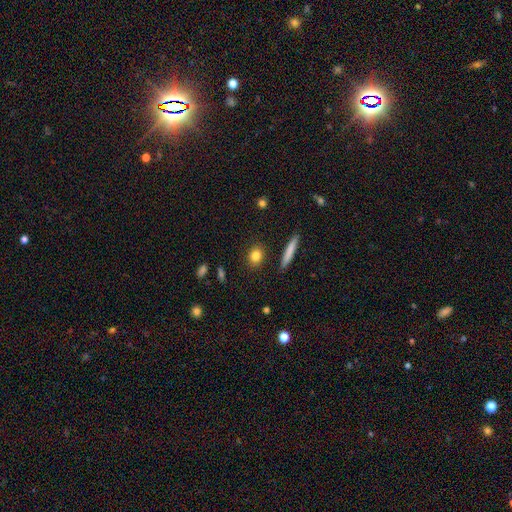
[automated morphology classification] A smooth galaxy with no disk features (82%) that is round (51%).

Vote fractions:
- Smooth or featured? smooth: 82% / featured or disk: 9% / star or artifact: 9%
- How rounded? round: 51% / in between: 42% / cigar-shaped: 7%
- Merging? none: 88% / minor disturbance: 7% / major disturbance: 2% / merger: 2%